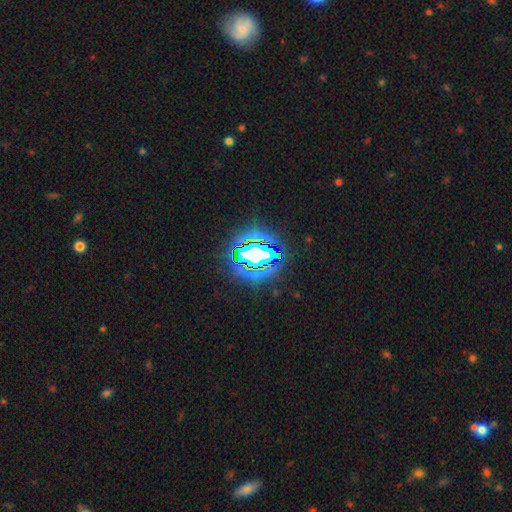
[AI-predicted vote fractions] Morphology: type=star or artifact (71%).